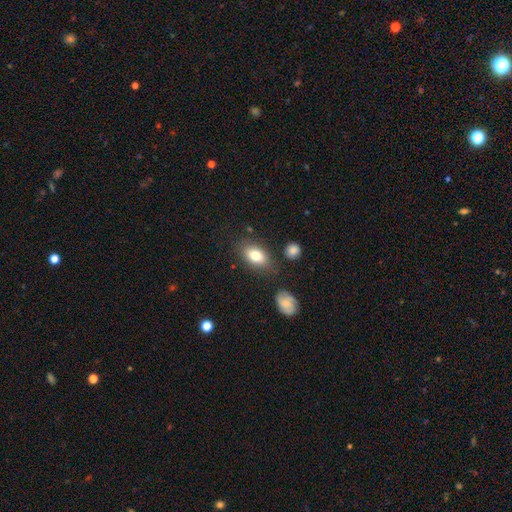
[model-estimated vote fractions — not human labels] smooth_or_featured: smooth (p=0.79) [alt: featured or disk p=0.13]
how_rounded: in between (p=0.87) [alt: round p=0.11]
merging: none (p=0.76) [alt: minor disturbance p=0.15]